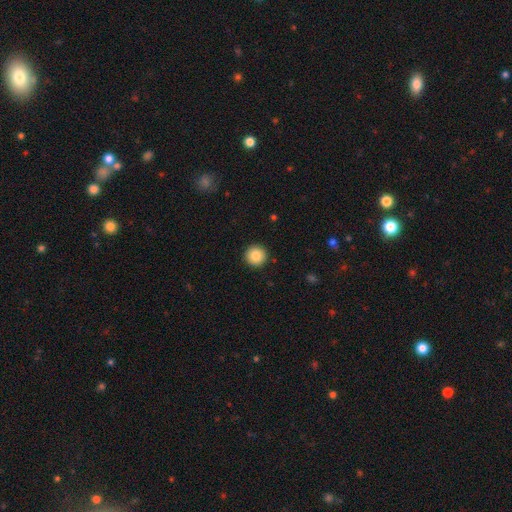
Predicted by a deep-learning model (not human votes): Smooth or featured?
  - smooth: 86% *
  - star or artifact: 9%
  - featured or disk: 6%
How rounded?
  - round: 96% *
  - in between: 3%
  - cigar-shaped: 1%
Merging?
  - none: 93% *
  - minor disturbance: 5%
  - major disturbance: 2%
  - merger: 1%